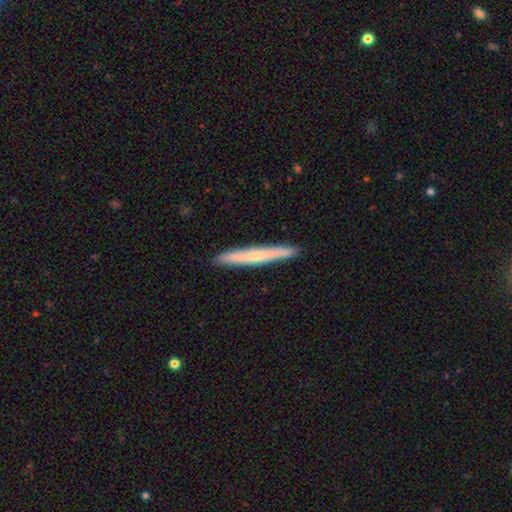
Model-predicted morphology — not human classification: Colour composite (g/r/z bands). It shows a smooth galaxy with no disk features (50%) that is cigar-shaped (96%). Merging: none (92%).